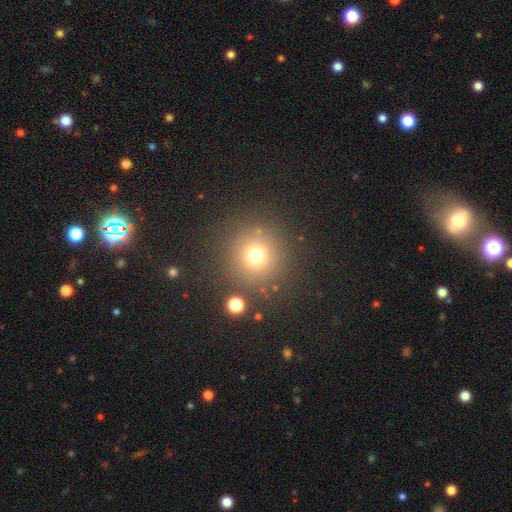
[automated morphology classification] Overall: smooth (71%). How rounded: round (95%). Merging: none (85%).